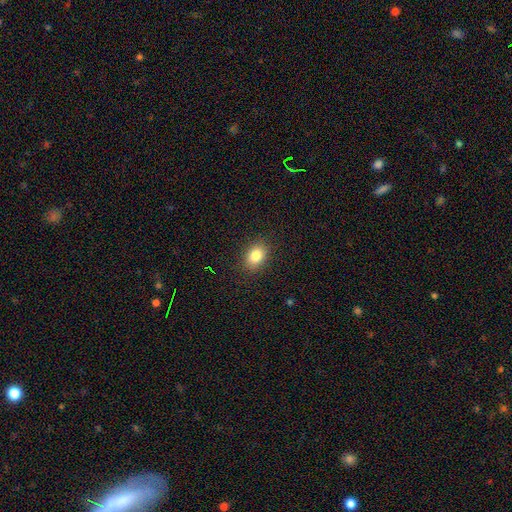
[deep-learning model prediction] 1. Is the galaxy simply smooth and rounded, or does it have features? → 83% smooth, 10% star or artifact, 7% featured or disk.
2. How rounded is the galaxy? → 68% in between, 31% round, 1% cigar-shaped.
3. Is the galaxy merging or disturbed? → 88% none, 9% minor disturbance, 2% major disturbance, 1% merger.